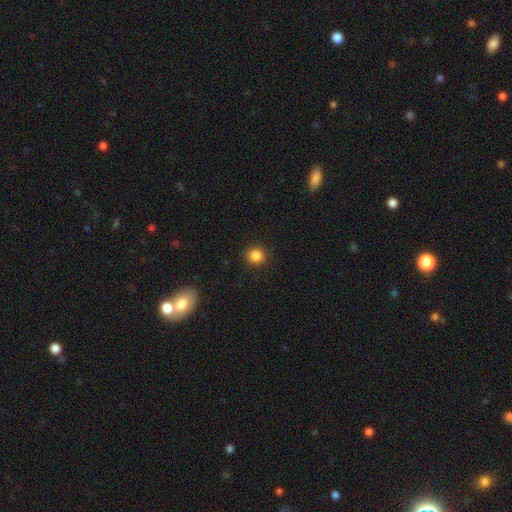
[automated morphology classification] Smooth or featured? Predicted: smooth (p=0.85). How rounded? Predicted: round (p=0.90). Merging? Predicted: none (p=0.91).